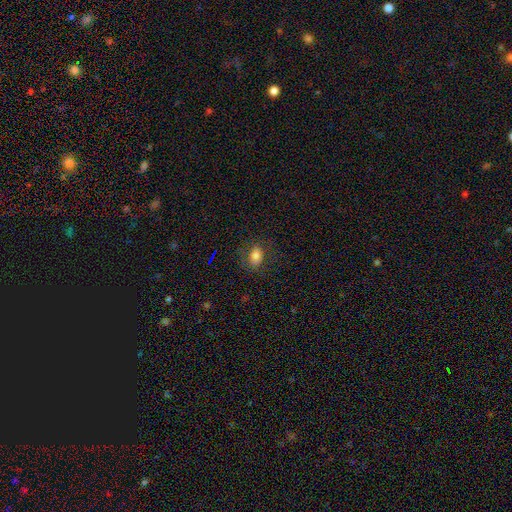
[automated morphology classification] Smooth or featured: smooth — 78% (star or artifact — 12%)
How rounded: in between — 80% (round — 18%)
Merging: none — 80% (minor disturbance — 13%)